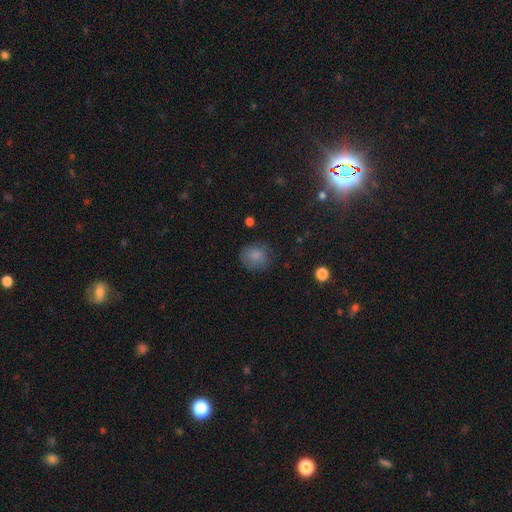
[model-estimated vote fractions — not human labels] A smooth galaxy with no disk features (83%) that is round (76%). Merging: none (76%).